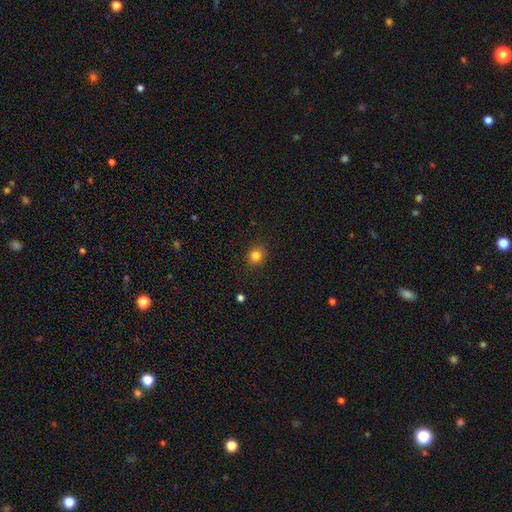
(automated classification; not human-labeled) This appears to be a smooth galaxy with no disk features (82%) that is round (84%). Merging: none (90%).